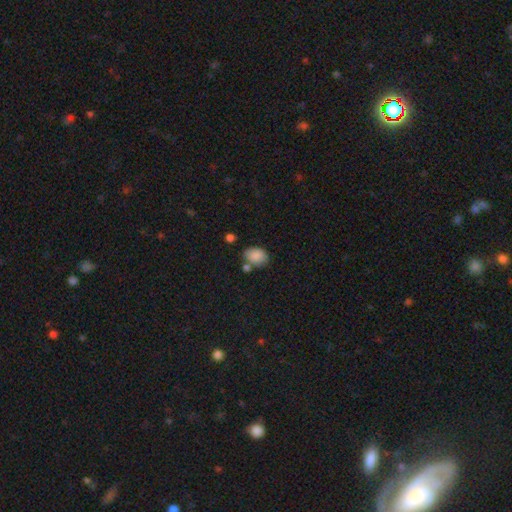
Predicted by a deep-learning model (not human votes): smooth 86%, star or artifact 8%, featured or disk 6%. Down the decision tree: how rounded — in between (73%); merging — none (61%).